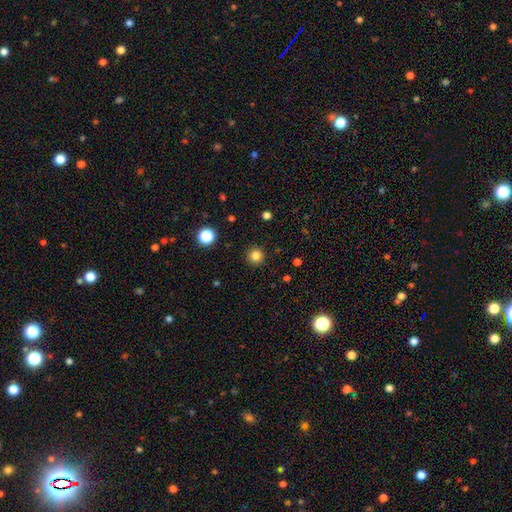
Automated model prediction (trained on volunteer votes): smooth_or_featured: smooth (p=0.83) [alt: star or artifact p=0.13]
how_rounded: round (p=0.96) [alt: in between p=0.03]
merging: none (p=0.92) [alt: minor disturbance p=0.05]